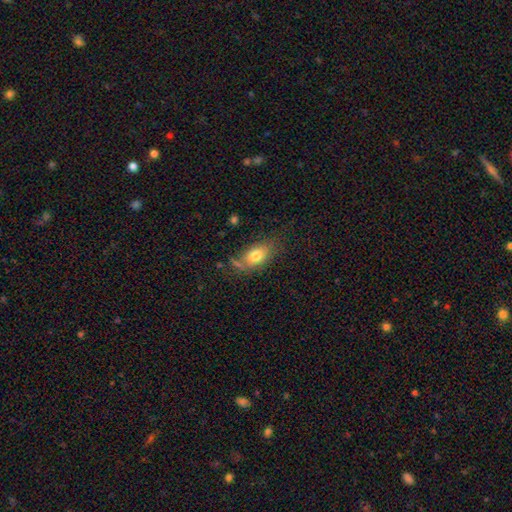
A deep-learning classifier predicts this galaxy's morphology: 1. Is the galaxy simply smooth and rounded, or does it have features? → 76% smooth, 14% featured or disk, 9% star or artifact.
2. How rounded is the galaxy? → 84% in between, 12% round, 4% cigar-shaped.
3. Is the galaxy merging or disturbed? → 65% none, 21% minor disturbance, 8% major disturbance, 7% merger.